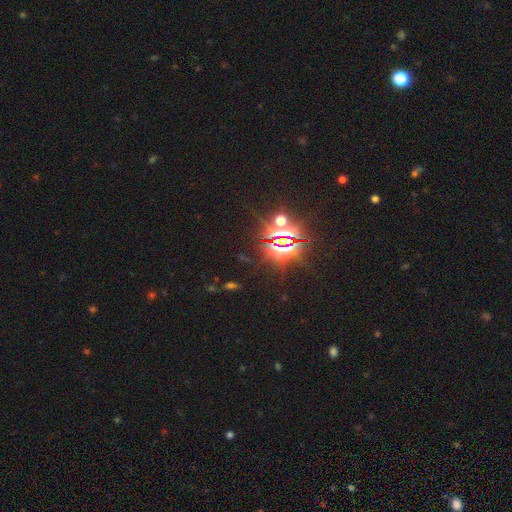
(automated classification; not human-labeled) smooth-or-featured: star or artifact: 84% | smooth: 10% | featured or disk: 7%